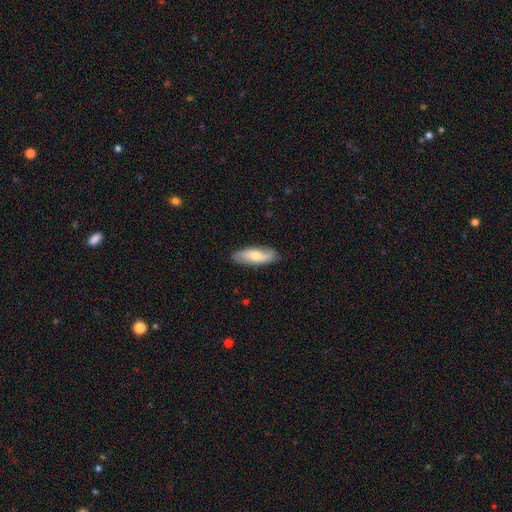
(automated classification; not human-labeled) Smooth or featured? smooth (62%)
How rounded? in between (58%)
Merging? none (84%)